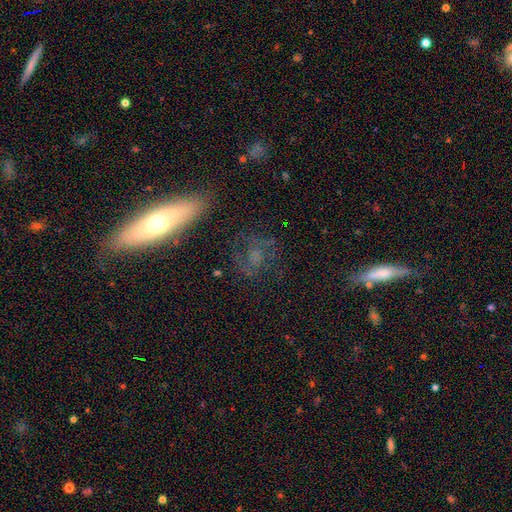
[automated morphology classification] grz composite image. It shows a featured or disk galaxy (42%). Merging: none (66%).